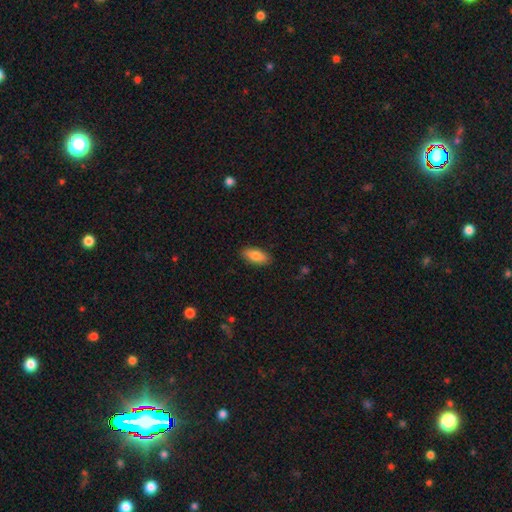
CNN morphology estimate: smooth-or-featured: smooth: 84% | featured or disk: 9% | star or artifact: 6%
  how-rounded: in between: 86% | cigar-shaped: 12% | round: 2%
  merging: none: 88% | minor disturbance: 9% | major disturbance: 2% | merger: 1%